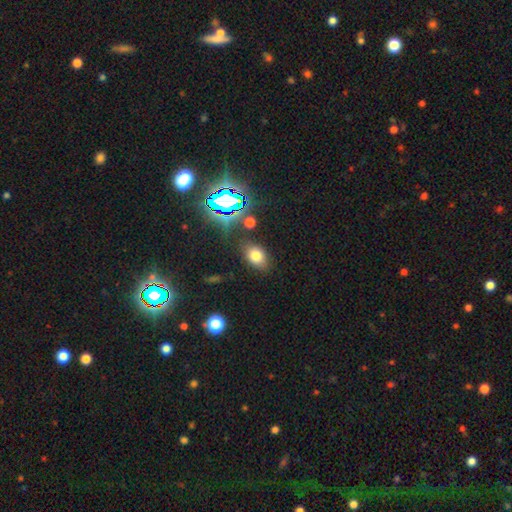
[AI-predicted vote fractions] smooth 70%, star or artifact 19%, featured or disk 11%. Down the decision tree: how rounded — in between (81%); merging — none (80%).